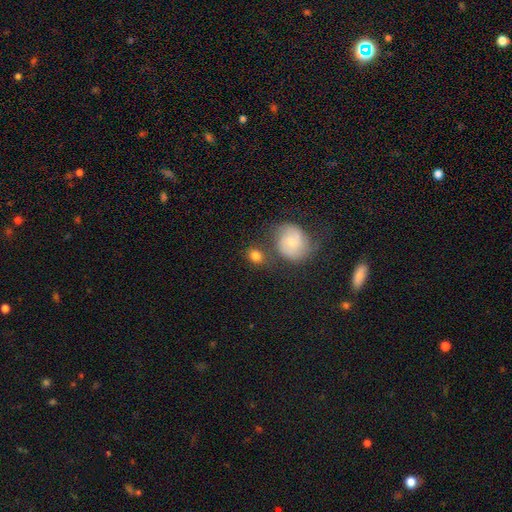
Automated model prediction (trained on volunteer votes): Overall: smooth (75%). How rounded: round (58%; in between 40%). Merging: none (63%).